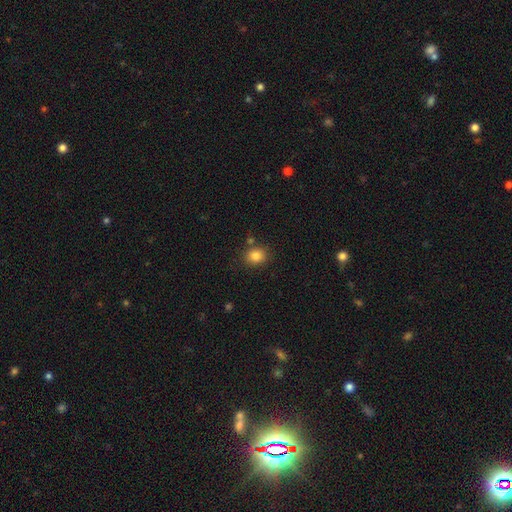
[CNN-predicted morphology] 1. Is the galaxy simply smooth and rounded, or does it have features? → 84% smooth, 11% star or artifact, 6% featured or disk.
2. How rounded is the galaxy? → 67% round, 32% in between, 1% cigar-shaped.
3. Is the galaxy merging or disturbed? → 80% none, 10% minor disturbance, 6% merger, 3% major disturbance.